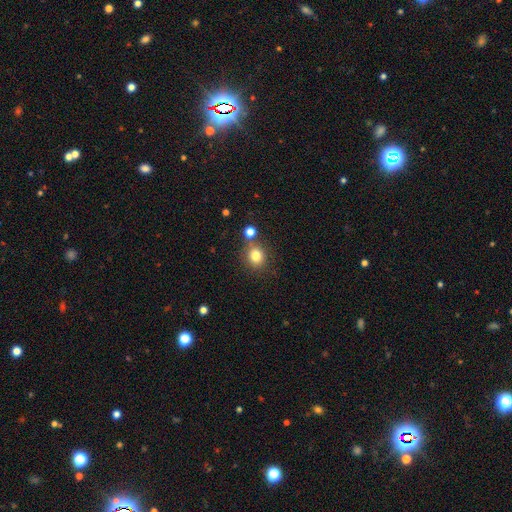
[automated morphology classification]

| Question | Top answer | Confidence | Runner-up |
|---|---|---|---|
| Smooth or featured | smooth | 80% | star or artifact (13%) |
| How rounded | round | 80% | in between (19%) |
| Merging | none | 72% | merger (14%) |